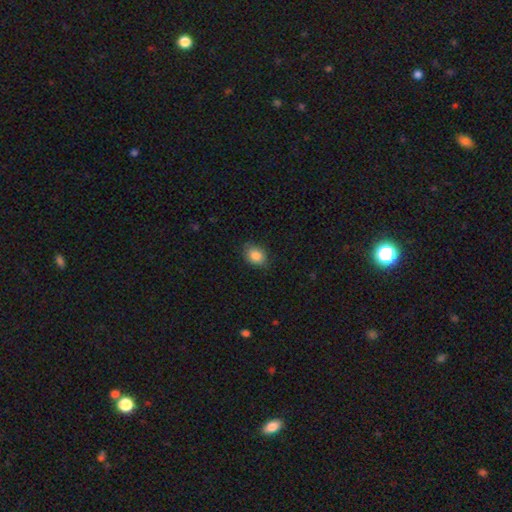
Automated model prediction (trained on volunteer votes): A smooth galaxy with no disk features (85%) that is in between round and cigar-shaped (57%).

Vote fractions:
- Smooth or featured? smooth: 85% / star or artifact: 9% / featured or disk: 6%
- How rounded? in between: 57% / round: 42% / cigar-shaped: 1%
- Merging? none: 82% / minor disturbance: 14% / major disturbance: 3% / merger: 1%